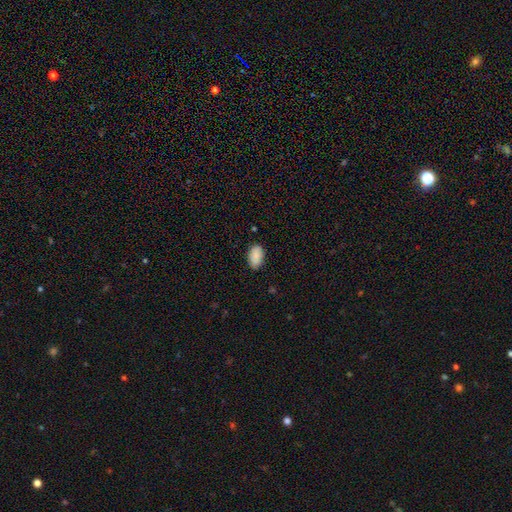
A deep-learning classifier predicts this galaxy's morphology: type=smooth (88%); roundness=in between (94%); merging=none (86%).